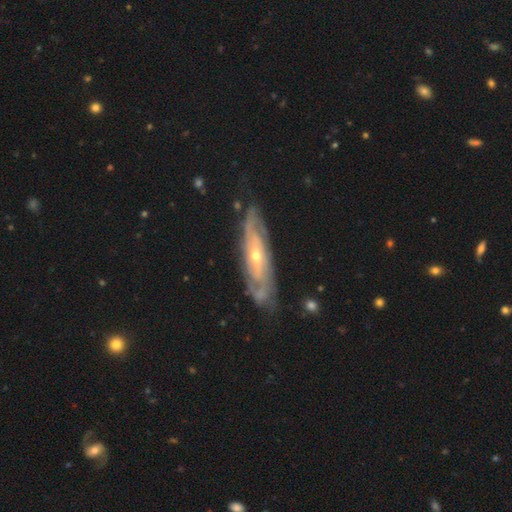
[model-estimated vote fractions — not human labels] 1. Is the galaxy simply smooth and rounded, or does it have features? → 84% featured or disk, 11% smooth, 5% star or artifact.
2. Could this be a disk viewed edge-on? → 76% no, 24% yes.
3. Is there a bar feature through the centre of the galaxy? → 65% no, 26% weak, 9% strong.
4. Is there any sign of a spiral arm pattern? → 90% yes, 10% no.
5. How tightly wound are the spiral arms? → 64% tight, 28% medium, 8% loose.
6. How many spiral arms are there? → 47% can't tell, 28% 2, 11% 3, 6% 4, 4% more than 4, 4% 1.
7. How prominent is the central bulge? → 59% small, 38% moderate, 1% large, 1% none, 1% dominant.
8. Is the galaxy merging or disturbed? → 77% none, 17% minor disturbance, 4% major disturbance, 2% merger.